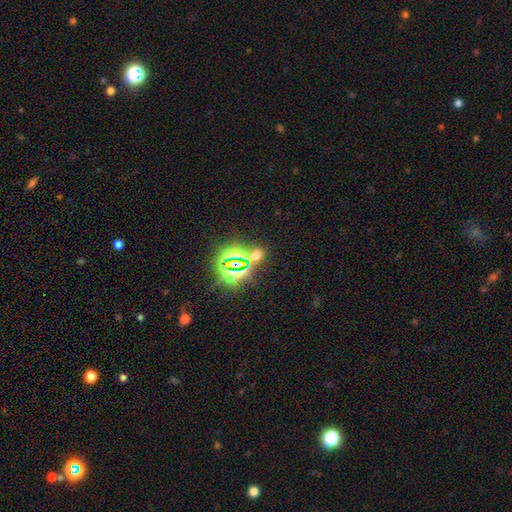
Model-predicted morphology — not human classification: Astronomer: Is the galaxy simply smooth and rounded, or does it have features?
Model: star or artifact — 58% (runner-up: smooth, 35%).